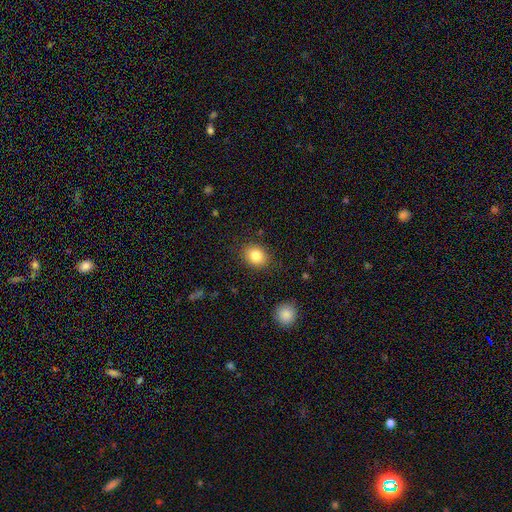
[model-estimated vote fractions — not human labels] A smooth galaxy with no disk features (84%) that is round (59%).

Vote fractions:
- Smooth or featured? smooth: 84% / star or artifact: 9% / featured or disk: 7%
- How rounded? round: 59% / in between: 40% / cigar-shaped: 1%
- Merging? none: 86% / minor disturbance: 10% / major disturbance: 3% / merger: 1%